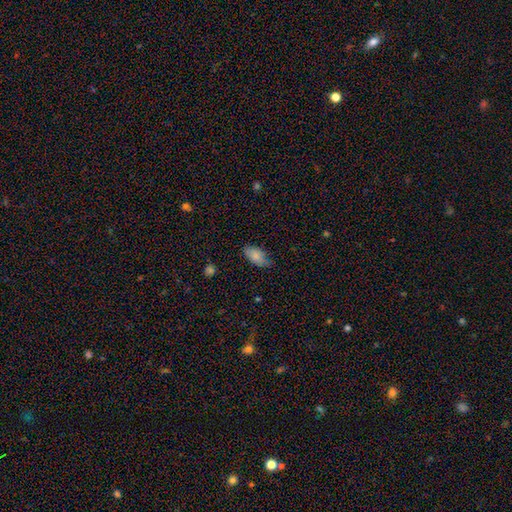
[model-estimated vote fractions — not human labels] The model was most divided on "merging": none: 67%, minor disturbance: 26%, major disturbance: 5%, merger: 1%. More confident: how rounded — in between (93%); smooth or featured — smooth (83%).